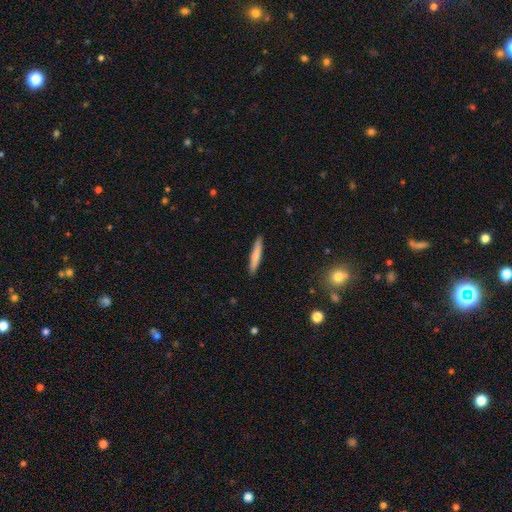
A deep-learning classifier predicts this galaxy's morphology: Smooth or featured? Predicted: smooth (p=0.77). How rounded? Predicted: cigar-shaped (p=0.94). Merging? Predicted: none (p=0.91).